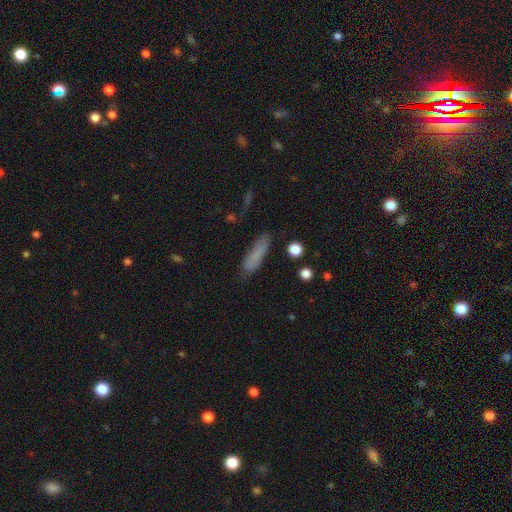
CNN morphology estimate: smooth 77%, featured or disk 13%, star or artifact 9%. Down the decision tree: how rounded — cigar-shaped (70%); merging — none (74%).